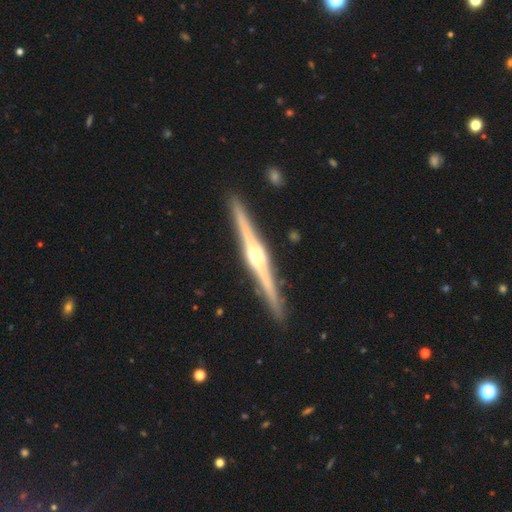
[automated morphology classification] Smooth or featured: featured or disk — 86% (smooth — 9%)
Edge-on disk: yes — 99% (no — 1%)
Edge-on bulge: rounded — 81% (boxy — 13%)
Merging: none — 92% (minor disturbance — 6%)